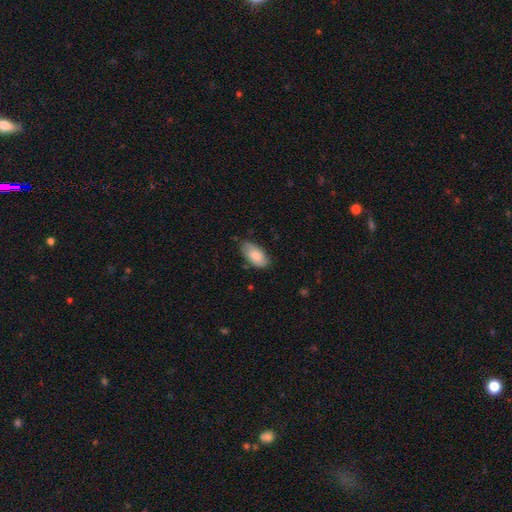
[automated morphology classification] smooth_or_featured: smooth (p=0.76) [alt: featured or disk p=0.18]
how_rounded: in between (p=0.94) [alt: cigar-shaped p=0.03]
merging: none (p=0.71) [alt: minor disturbance p=0.23]